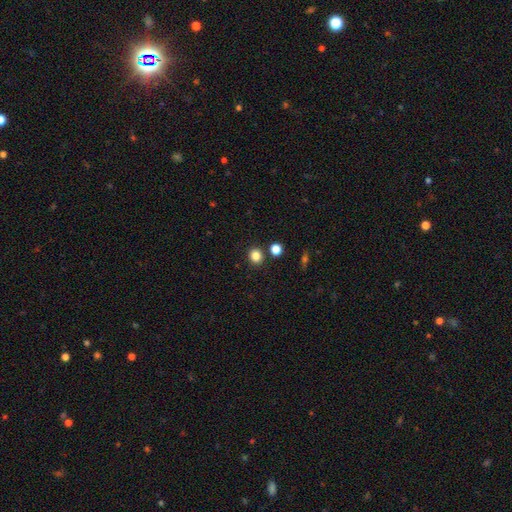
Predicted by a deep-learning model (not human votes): smooth-or-featured: smooth: 84% | star or artifact: 12% | featured or disk: 4%
  how-rounded: round: 79% | in between: 20% | cigar-shaped: 1%
  merging: none: 85% | minor disturbance: 7% | merger: 6% | major disturbance: 2%